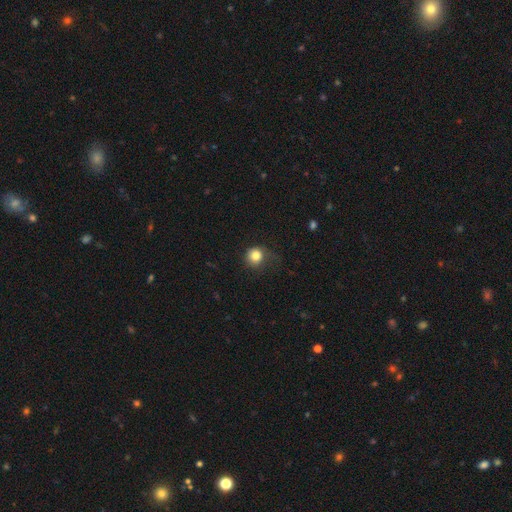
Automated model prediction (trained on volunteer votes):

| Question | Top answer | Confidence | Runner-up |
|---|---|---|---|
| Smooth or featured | smooth | 82% | star or artifact (11%) |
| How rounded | round | 89% | in between (10%) |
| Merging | none | 60% | minor disturbance (25%) |